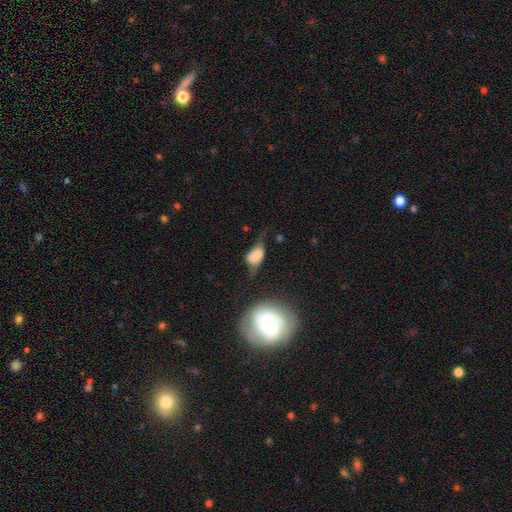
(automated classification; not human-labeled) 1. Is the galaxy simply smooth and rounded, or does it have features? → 57% smooth, 33% featured or disk, 10% star or artifact.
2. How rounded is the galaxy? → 83% in between, 12% round, 5% cigar-shaped.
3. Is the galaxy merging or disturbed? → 33% major disturbance, 29% none, 29% minor disturbance, 9% merger.